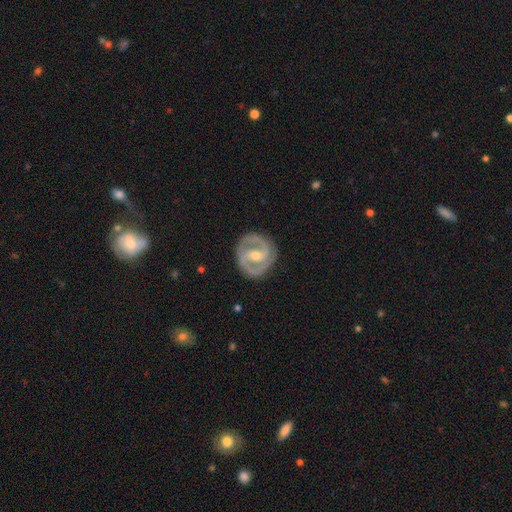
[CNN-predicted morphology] Overall: featured or disk (89%). Edge-on disk: no (98%). Bar: weak (41%; strong 32%). Spiral arms: yes (95%). Spiral arm count: 2 (90%). Spiral winding: tight (54%; medium 40%). Bulge size: moderate (60%; small 36%). Merging: none (85%).